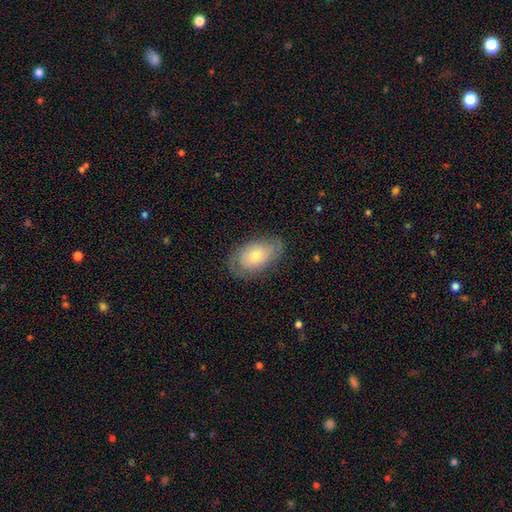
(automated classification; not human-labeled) smooth_or_featured: smooth (p=0.57) [alt: featured or disk p=0.35]
how_rounded: in between (p=0.90) [alt: round p=0.08]
merging: none (p=0.73) [alt: minor disturbance p=0.20]